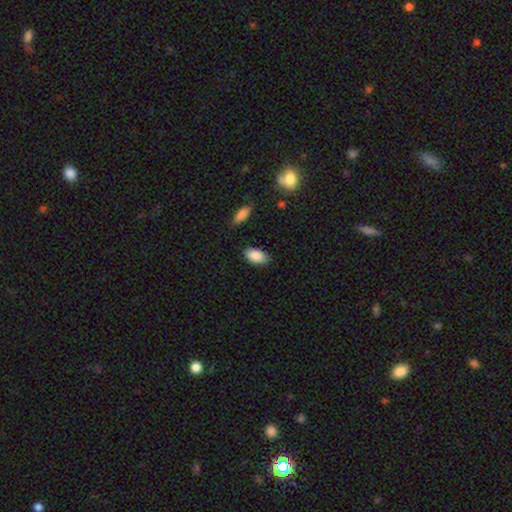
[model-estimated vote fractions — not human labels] Smooth or featured? smooth (88%)
How rounded? in between (93%)
Merging? none (83%)